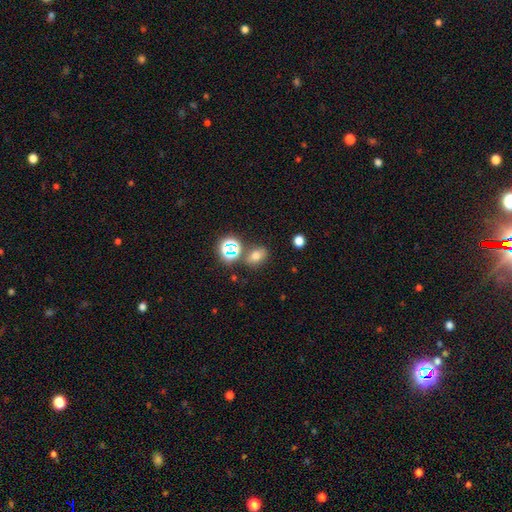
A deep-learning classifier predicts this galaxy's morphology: Smooth or featured: smooth — 67% (star or artifact — 23%)
How rounded: in between — 65% (round — 33%)
Merging: none — 72% (minor disturbance — 13%)